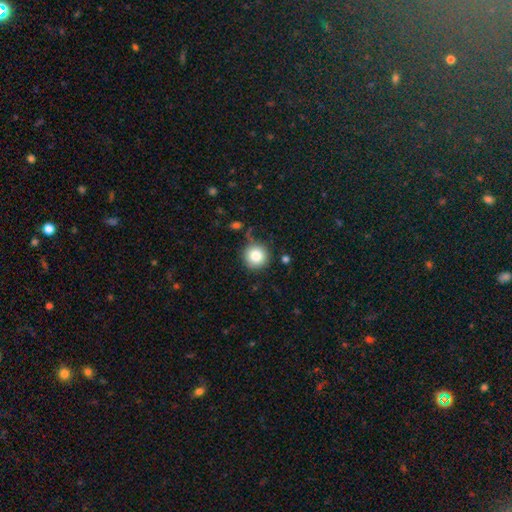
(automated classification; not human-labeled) This is clearly a smooth galaxy (83%). How rounded: clearly round (95%). Merging: clearly none (81%).